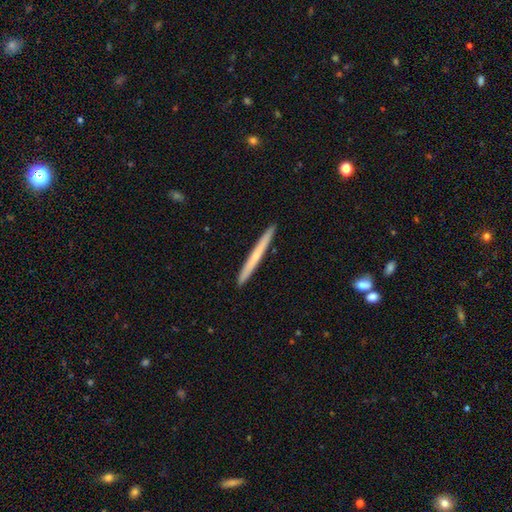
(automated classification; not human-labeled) Morphology: type=smooth (51%); roundness=cigar-shaped (97%); merging=none (93%).